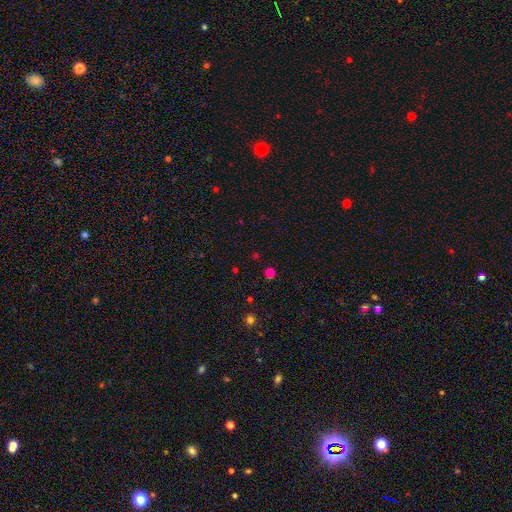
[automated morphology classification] The model was most divided on "smooth or featured": smooth: 57%, star or artifact: 38%, featured or disk: 5%. More confident: merging — none (87%); how rounded — round (86%).